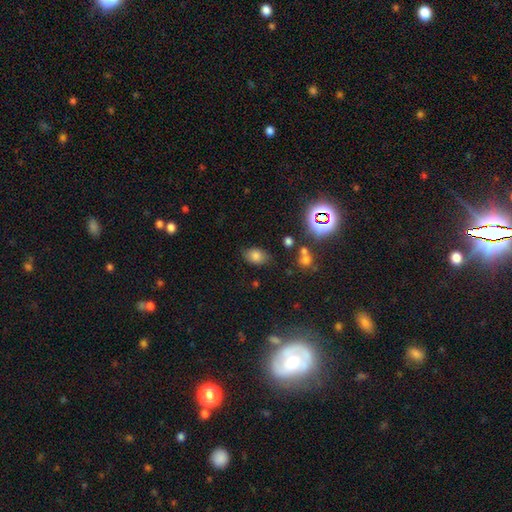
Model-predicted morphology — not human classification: smooth-or-featured: smooth: 77% | star or artifact: 15% | featured or disk: 9%
  how-rounded: in between: 81% | round: 17% | cigar-shaped: 1%
  merging: none: 75% | minor disturbance: 18% | major disturbance: 5% | merger: 3%